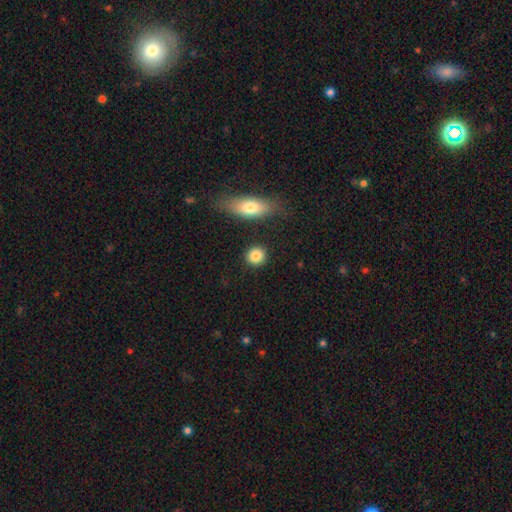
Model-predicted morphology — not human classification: This is clearly a smooth galaxy (86%). How rounded: clearly round (88%). Merging: clearly none (87%).